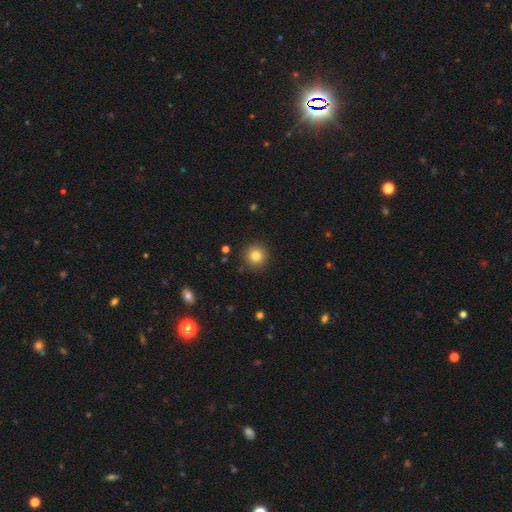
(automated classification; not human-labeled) Smooth or featured? Predicted: smooth (p=0.82). How rounded? Predicted: round (p=0.95). Merging? Predicted: none (p=0.90).